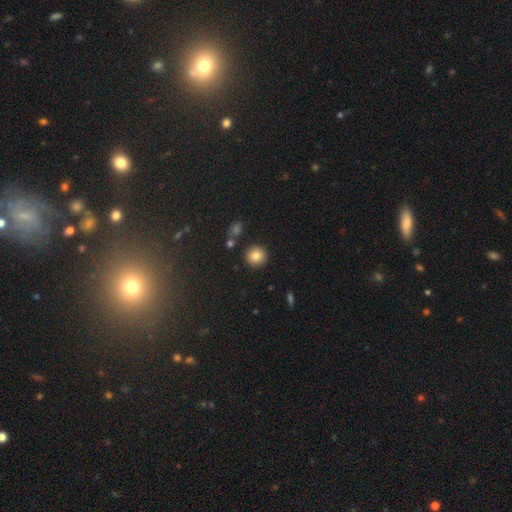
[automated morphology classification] type=smooth (82%); roundness=round (94%); merging=none (89%).